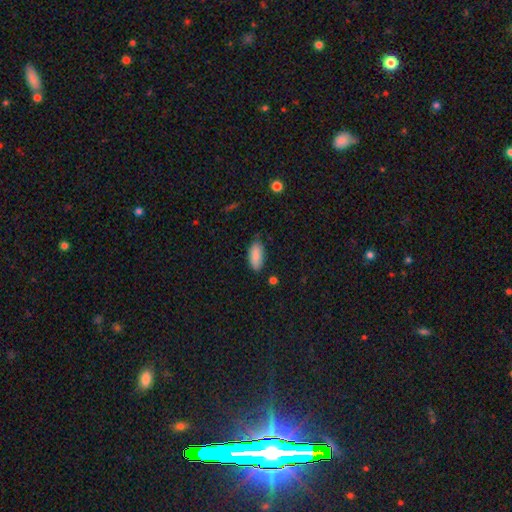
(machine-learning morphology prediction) smooth_or_featured: smooth (p=0.88) [alt: star or artifact p=0.06]
how_rounded: in between (p=0.88) [alt: cigar-shaped p=0.11]
merging: none (p=0.78) [alt: minor disturbance p=0.17]